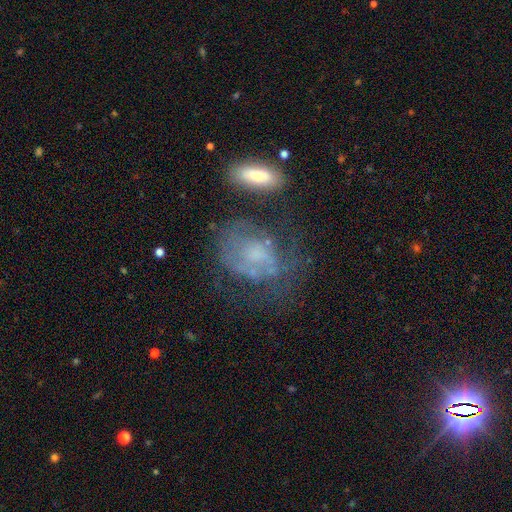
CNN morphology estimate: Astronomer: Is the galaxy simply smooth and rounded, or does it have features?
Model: featured or disk — 53% (runner-up: smooth, 35%).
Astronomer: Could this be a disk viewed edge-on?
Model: no — 96%.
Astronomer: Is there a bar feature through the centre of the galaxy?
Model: no — 81%.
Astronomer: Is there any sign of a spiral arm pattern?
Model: no — 59% (runner-up: yes, 41%).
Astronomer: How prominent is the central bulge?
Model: none — 41% (runner-up: small, 28%).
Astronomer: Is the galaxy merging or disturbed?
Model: none — 38% (runner-up: major disturbance, 29%).